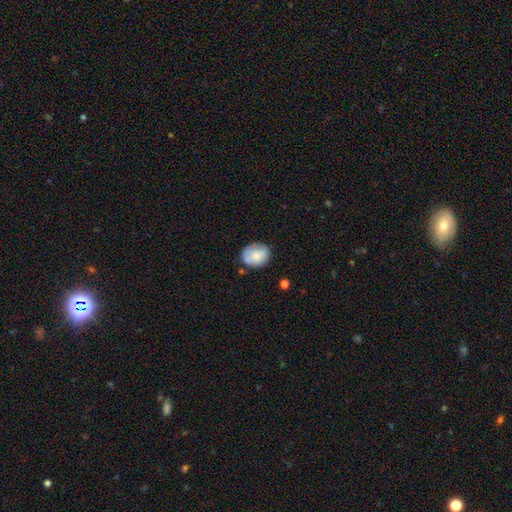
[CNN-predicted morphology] Smooth or featured? Predicted: smooth (p=0.74). How rounded? Predicted: round (p=0.55). Merging? Predicted: none (p=0.68).